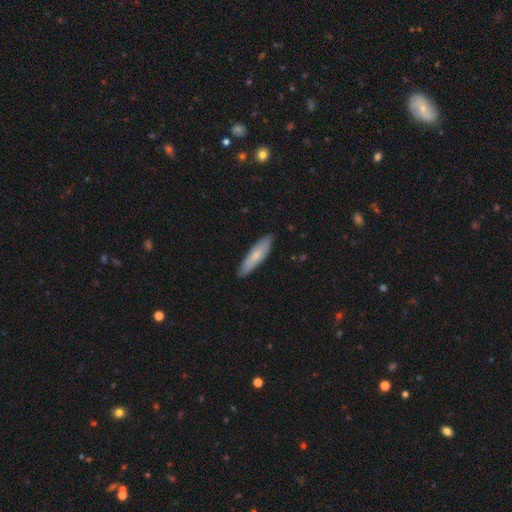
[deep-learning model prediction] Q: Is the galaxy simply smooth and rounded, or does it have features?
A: smooth — 72%.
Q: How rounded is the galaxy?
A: cigar-shaped — 76%.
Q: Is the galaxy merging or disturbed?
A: none — 88%.